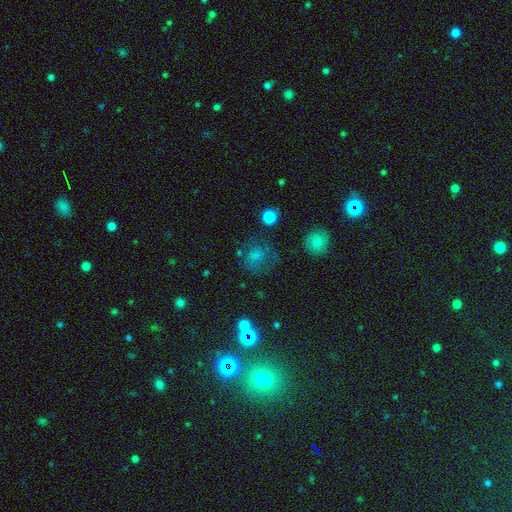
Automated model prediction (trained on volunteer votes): A smooth galaxy with no disk features (62%) that is round (78%).

Vote fractions:
- Smooth or featured? smooth: 62% / star or artifact: 19% / featured or disk: 18%
- How rounded? round: 78% / in between: 21% / cigar-shaped: 1%
- Merging? none: 56% / minor disturbance: 21% / major disturbance: 20% / merger: 4%